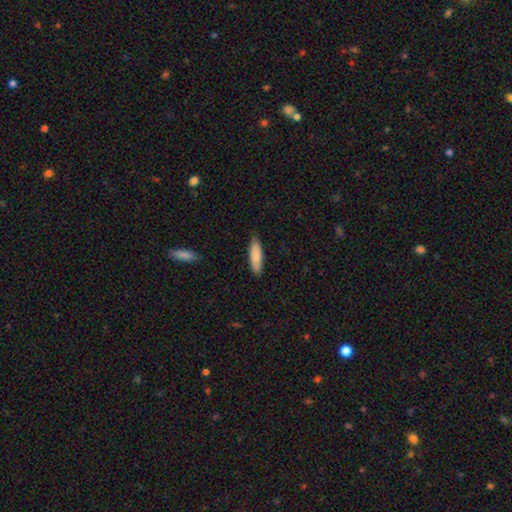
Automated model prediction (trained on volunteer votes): Smooth or featured?
  - smooth: 86% *
  - featured or disk: 8%
  - star or artifact: 5%
How rounded?
  - cigar-shaped: 59% *
  - in between: 39%
  - round: 1%
Merging?
  - none: 86% *
  - minor disturbance: 11%
  - major disturbance: 2%
  - merger: 1%